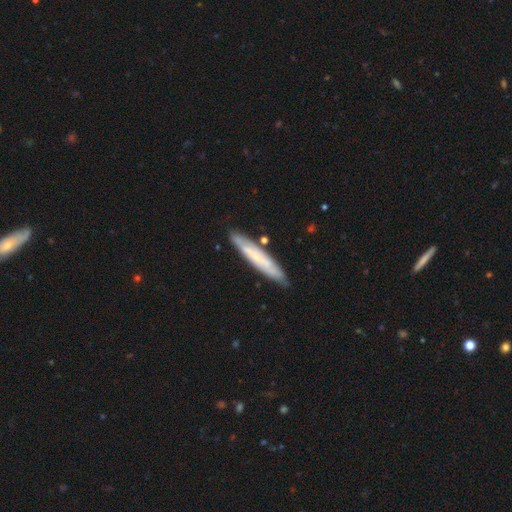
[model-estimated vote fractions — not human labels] Smooth or featured? smooth (52%)
How rounded? cigar-shaped (92%)
Merging? none (84%)